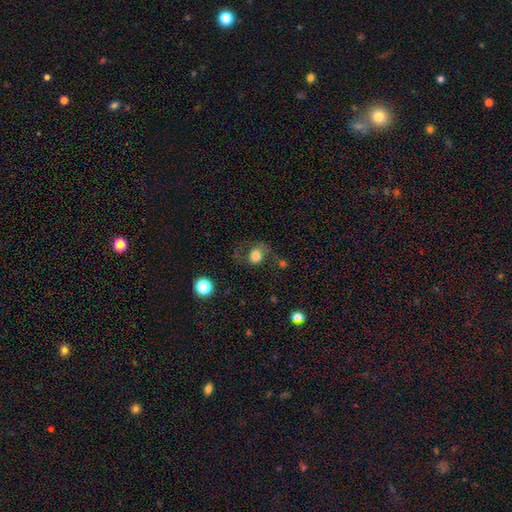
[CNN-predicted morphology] smooth_or_featured: smooth (p=0.70) [alt: featured or disk p=0.20]
how_rounded: round (p=0.61) [alt: in between p=0.38]
merging: none (p=0.48) [alt: major disturbance p=0.26]